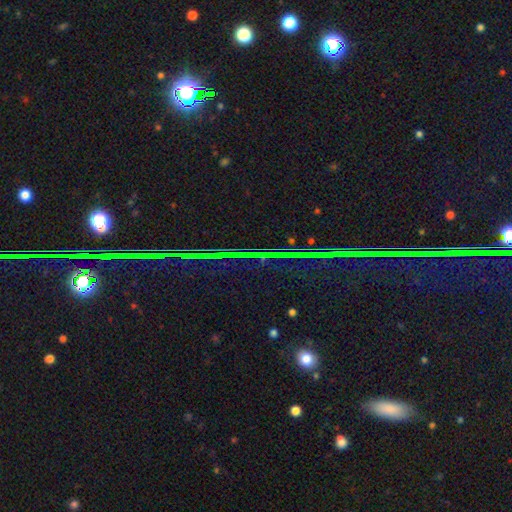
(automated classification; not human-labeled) Overall: star or artifact (84%).